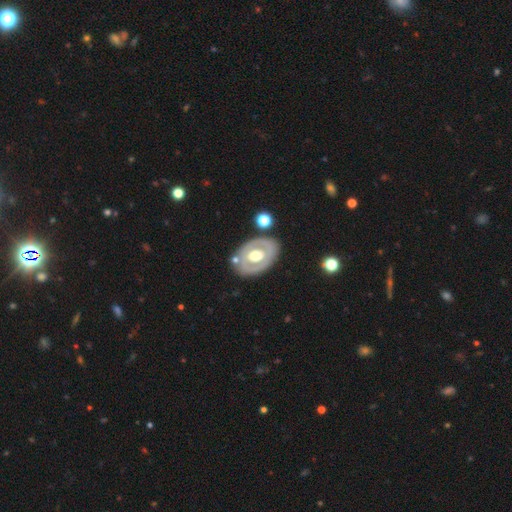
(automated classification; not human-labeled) Smooth or featured? Predicted: featured or disk (p=0.64). Edge-on disk? Predicted: no (p=0.92). Bar? Predicted: no (p=0.73). Spiral arms? Predicted: no (p=0.80). Bulge size? Predicted: moderate (p=0.64). Merging? Predicted: none (p=0.76).